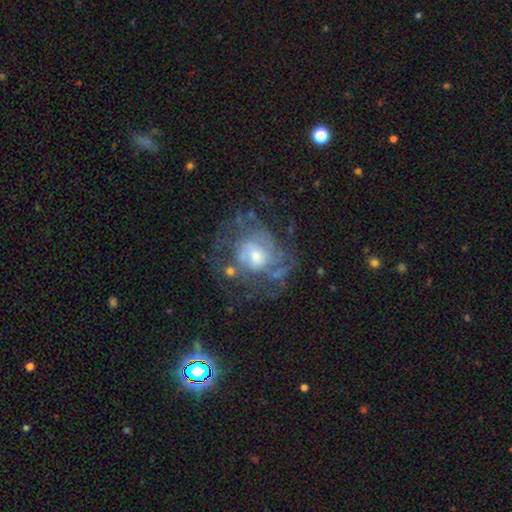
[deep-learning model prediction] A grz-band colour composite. It shows a featured or disk galaxy (76%) with no bar (69%), tight (48%) spiral arms (78%) and a moderate central bulge (48%). Merging: none (56%).